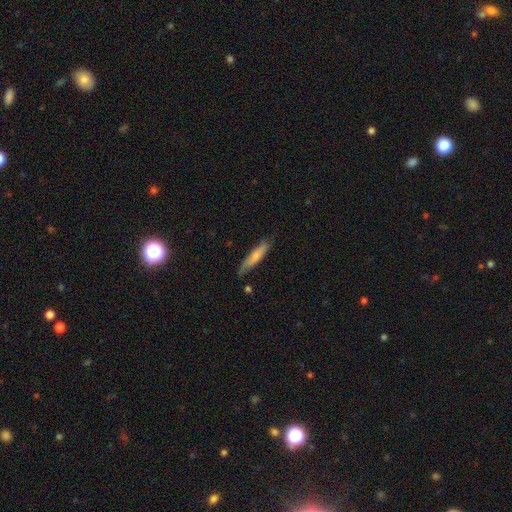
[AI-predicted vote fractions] Smooth or featured? Predicted: smooth (p=0.72). How rounded? Predicted: cigar-shaped (p=0.84). Merging? Predicted: none (p=0.72).